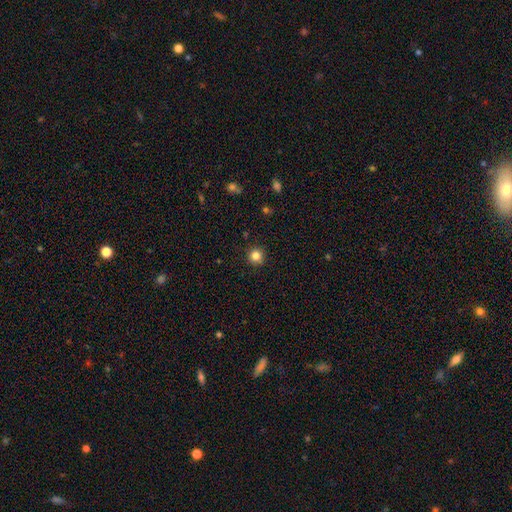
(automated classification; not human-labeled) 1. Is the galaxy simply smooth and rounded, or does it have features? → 83% smooth, 12% star or artifact, 5% featured or disk.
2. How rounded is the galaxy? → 94% round, 5% in between, 1% cigar-shaped.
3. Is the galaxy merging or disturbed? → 91% none, 6% minor disturbance, 2% major disturbance, 1% merger.